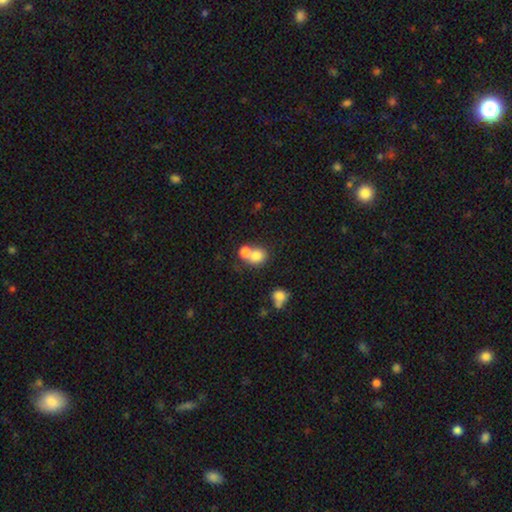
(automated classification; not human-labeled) A smooth galaxy with no disk features (77%) that is round (72%).

Vote fractions:
- Smooth or featured? smooth: 77% / featured or disk: 12% / star or artifact: 10%
- How rounded? round: 72% / in between: 27% / cigar-shaped: 1%
- Merging? merger: 55% / none: 34% / minor disturbance: 7% / major disturbance: 3%